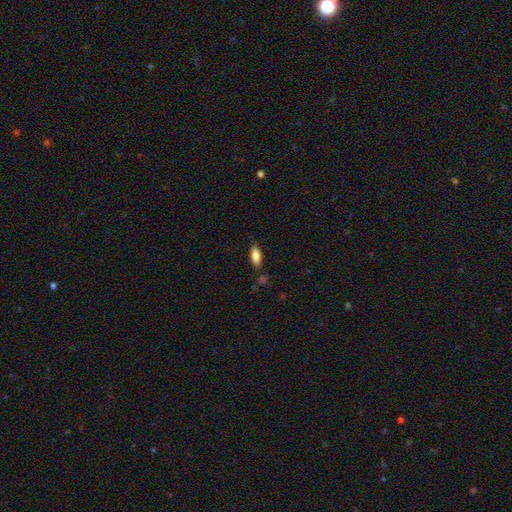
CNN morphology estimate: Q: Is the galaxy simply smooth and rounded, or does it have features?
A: smooth — 81%.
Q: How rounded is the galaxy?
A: in between — 80%.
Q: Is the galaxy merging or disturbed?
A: none — 81%.